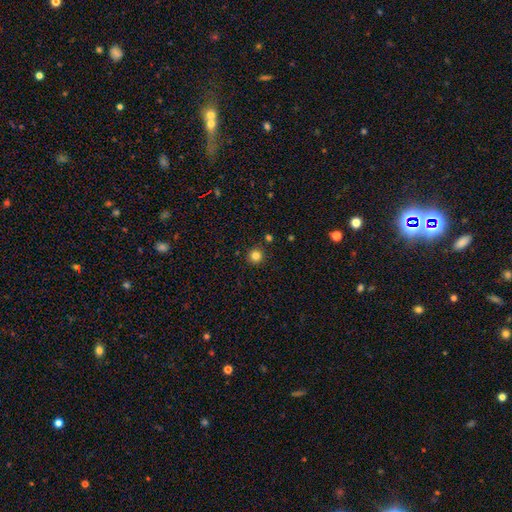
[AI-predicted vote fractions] Overall: smooth (82%). How rounded: round (95%). Merging: none (91%).